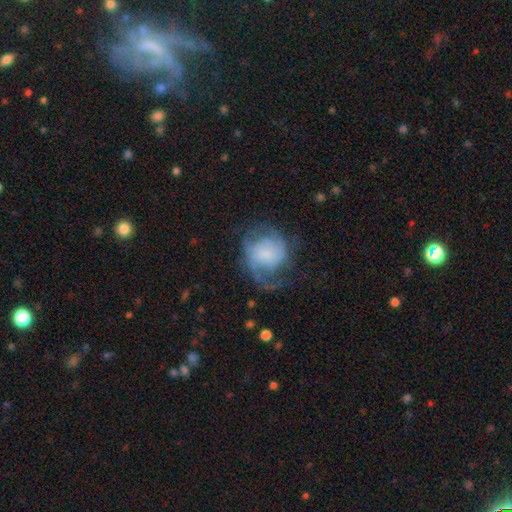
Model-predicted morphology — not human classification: The model was most divided on "bulge size": none: 32%, small: 31%, moderate: 17%, large: 15%, dominant: 5%. Remaining: edge-on disk — no (98%); spiral arms — yes (86%); bar — no (66%); smooth or featured — featured or disk (64%); spiral arm count — 2 (54%); merging — none (51%); spiral winding — medium (43%).